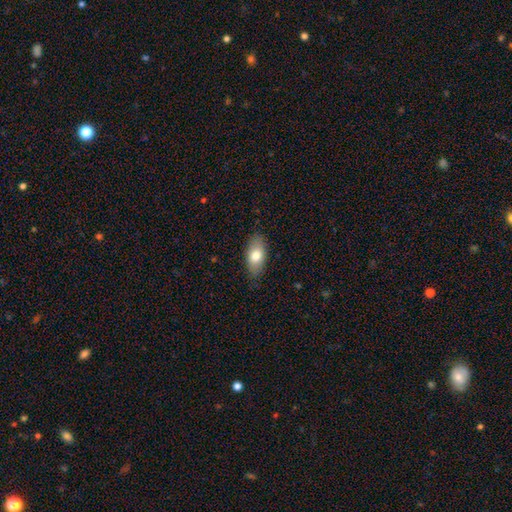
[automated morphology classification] smooth 76%, featured or disk 17%, star or artifact 6%. Down the decision tree: how rounded — in between (91%); merging — none (84%).